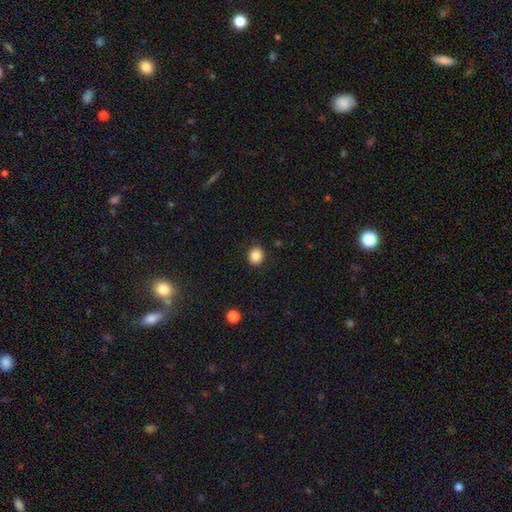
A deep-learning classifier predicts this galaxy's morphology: type=smooth (86%); roundness=round (67%); merging=none (89%).